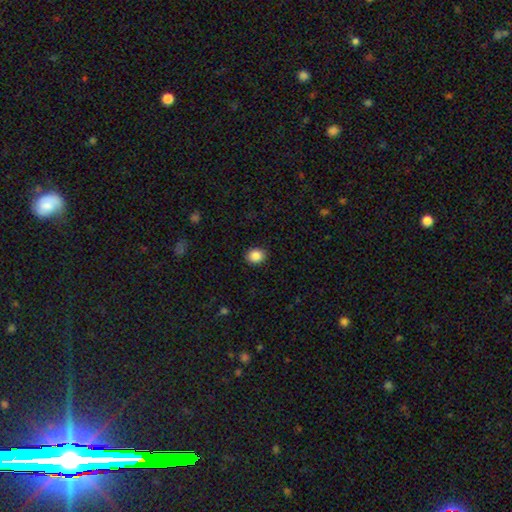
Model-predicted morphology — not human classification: This is clearly a smooth galaxy (87%). How rounded: likely round (61%). Merging: clearly none (90%).